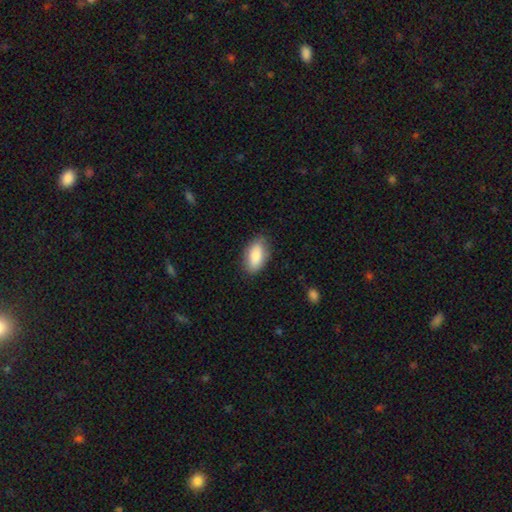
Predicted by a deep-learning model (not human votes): Smooth or featured: smooth — 85% (featured or disk — 8%)
How rounded: in between — 92% (cigar-shaped — 5%)
Merging: none — 82% (minor disturbance — 14%)